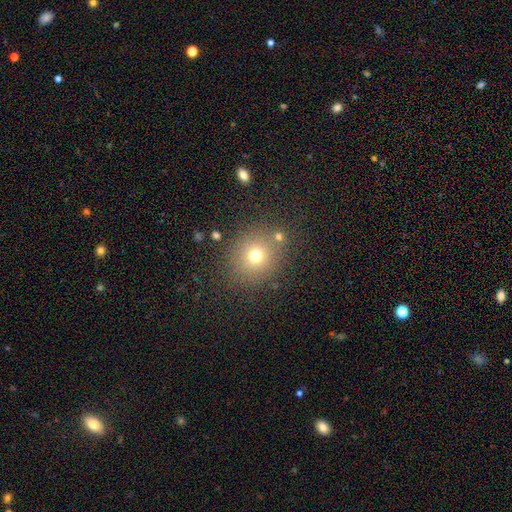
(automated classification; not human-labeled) The model was most divided on "smooth or featured": smooth: 70%, star or artifact: 19%, featured or disk: 11%. More confident: merging — none (80%); how rounded — round (79%).